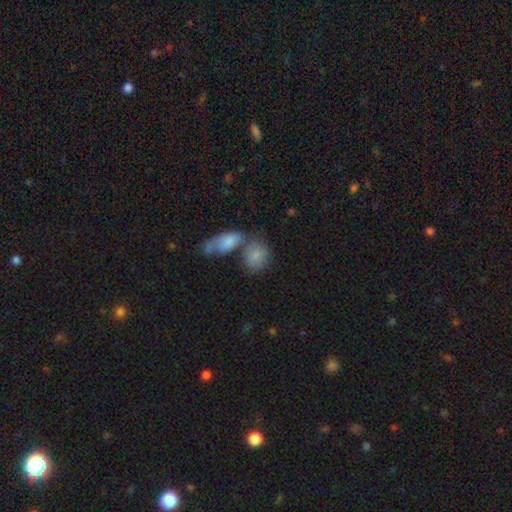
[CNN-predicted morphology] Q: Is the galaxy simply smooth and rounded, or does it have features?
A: smooth — 80%.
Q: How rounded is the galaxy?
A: in between — 58%.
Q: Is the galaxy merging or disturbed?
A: none — 40%.